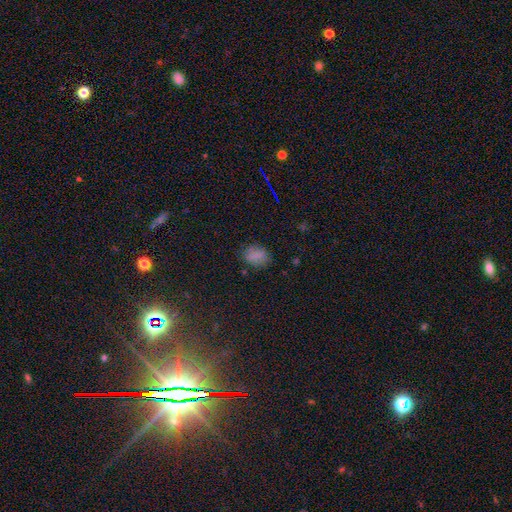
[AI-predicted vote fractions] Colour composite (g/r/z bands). It shows a smooth galaxy with no disk features (77%) that is in between round and cigar-shaped (68%). Merging: none (76%).